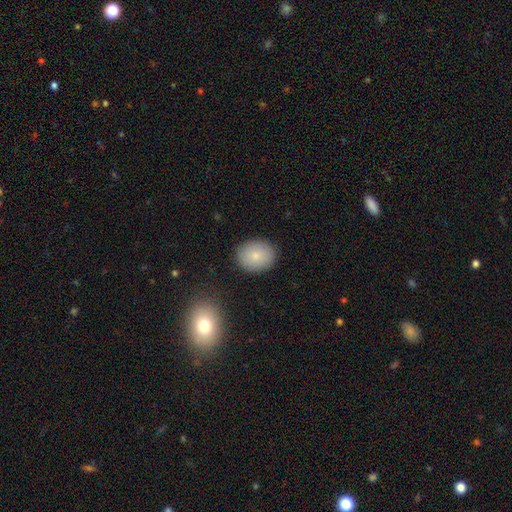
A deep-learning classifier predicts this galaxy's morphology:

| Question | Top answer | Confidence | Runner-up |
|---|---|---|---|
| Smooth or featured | smooth | 83% | featured or disk (9%) |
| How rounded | round | 55% | in between (44%) |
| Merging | none | 88% | minor disturbance (8%) |